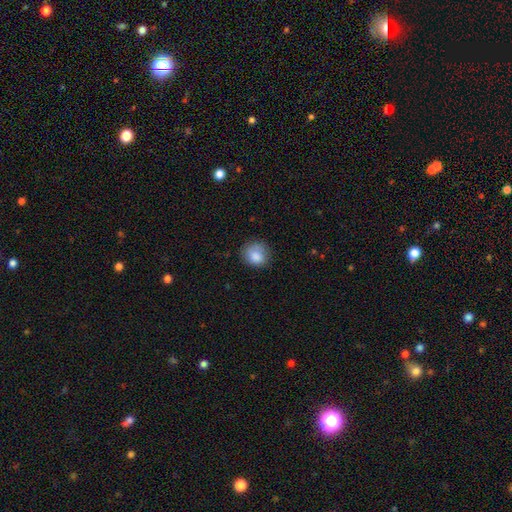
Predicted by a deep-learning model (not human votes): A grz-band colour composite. It shows a smooth galaxy with no disk features (85%) that is round (78%). Merging: none (72%).